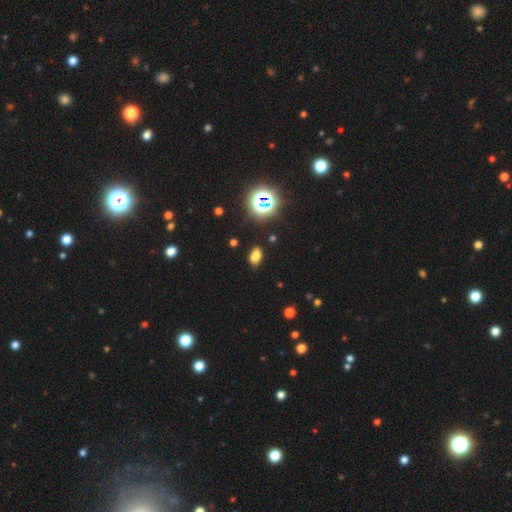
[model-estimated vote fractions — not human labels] smooth_or_featured: smooth (p=0.69) [alt: star or artifact p=0.24]
how_rounded: in between (p=0.88) [alt: round p=0.09]
merging: none (p=0.83) [alt: minor disturbance p=0.12]